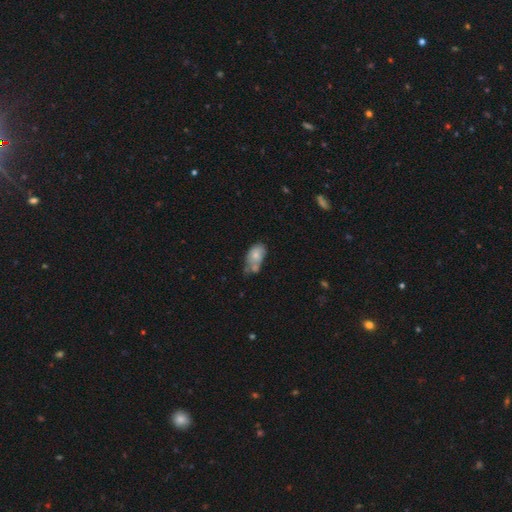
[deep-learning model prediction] smooth 69%, featured or disk 24%, star or artifact 8%. Down the decision tree: how rounded — in between (86%); merging — merger (38%).